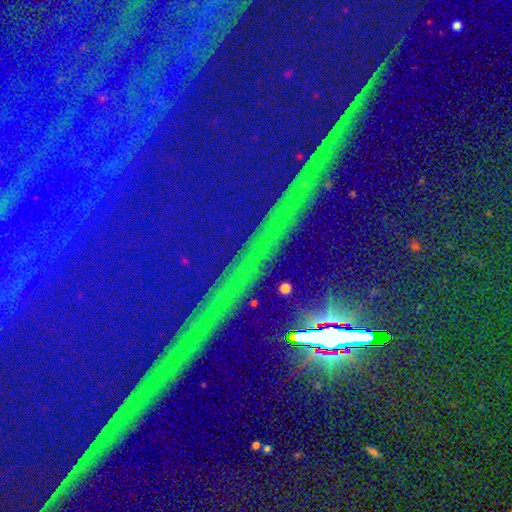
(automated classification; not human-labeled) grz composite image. It shows a star or artifact, not a galaxy (87%).